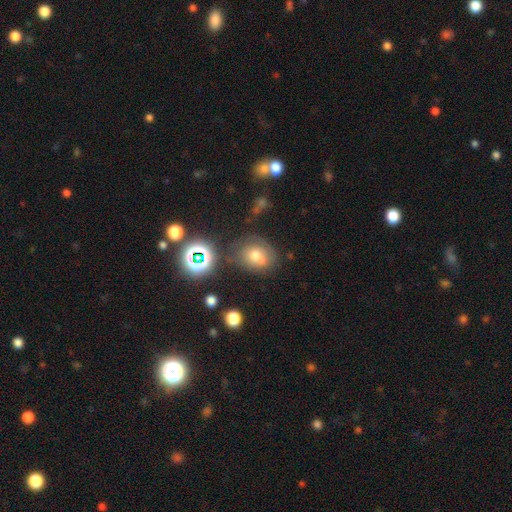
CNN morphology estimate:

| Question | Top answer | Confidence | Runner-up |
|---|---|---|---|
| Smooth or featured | smooth | 60% | star or artifact (22%) |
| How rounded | round | 53% | in between (46%) |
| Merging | none | 64% | minor disturbance (20%) |